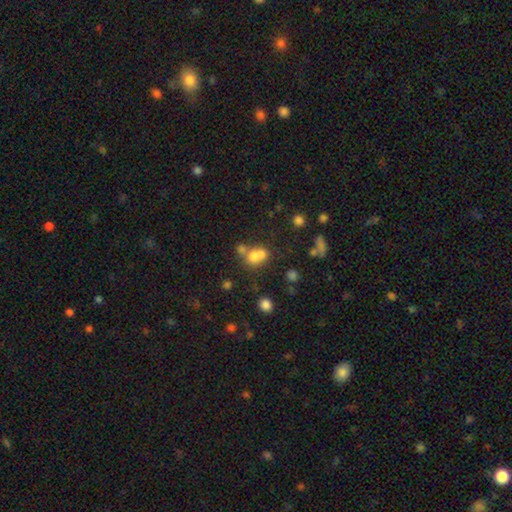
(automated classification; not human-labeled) The model was most divided on "how rounded": round: 54%, in between: 44%, cigar-shaped: 1%. More confident: smooth or featured — smooth (69%); merging — merger (55%).